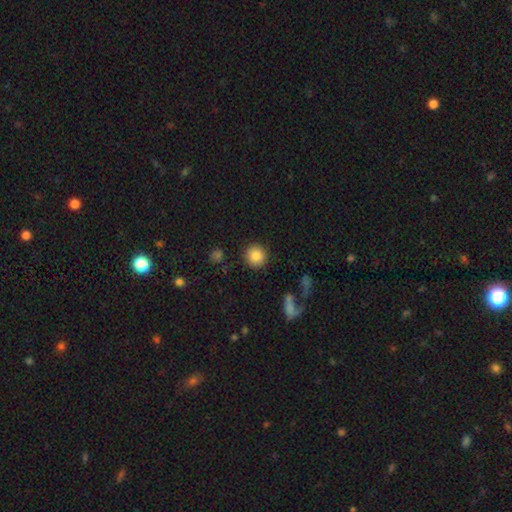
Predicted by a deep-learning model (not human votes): Smooth or featured? Predicted: smooth (p=0.85). How rounded? Predicted: round (p=0.93). Merging? Predicted: none (p=0.90).